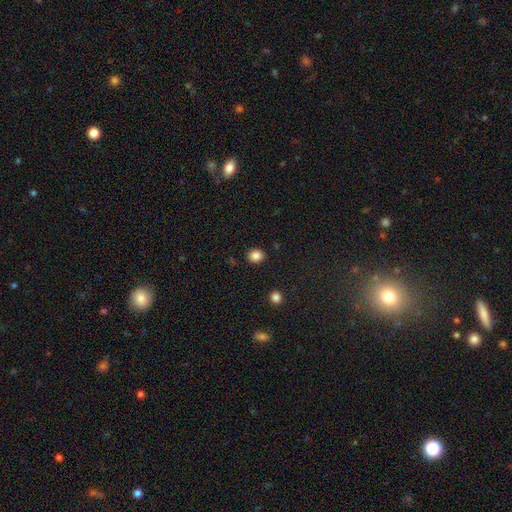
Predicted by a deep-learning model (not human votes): The model was most divided on "how rounded": round: 66%, in between: 33%, cigar-shaped: 1%. More confident: merging — none (89%); smooth or featured — smooth (86%).